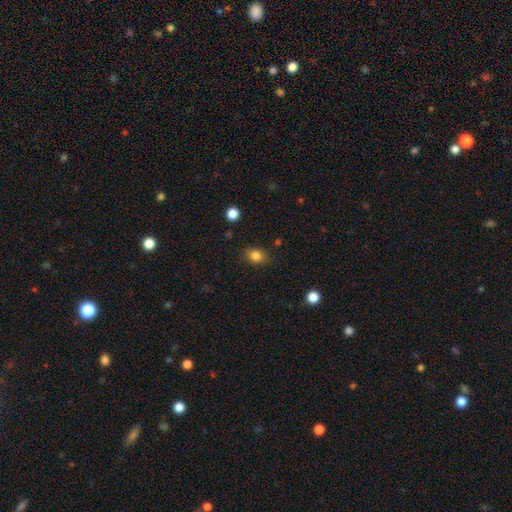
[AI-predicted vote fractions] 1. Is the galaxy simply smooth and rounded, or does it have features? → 83% smooth, 11% star or artifact, 5% featured or disk.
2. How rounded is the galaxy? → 51% round, 48% in between, 1% cigar-shaped.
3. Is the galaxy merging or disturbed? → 83% none, 12% minor disturbance, 3% major disturbance, 2% merger.